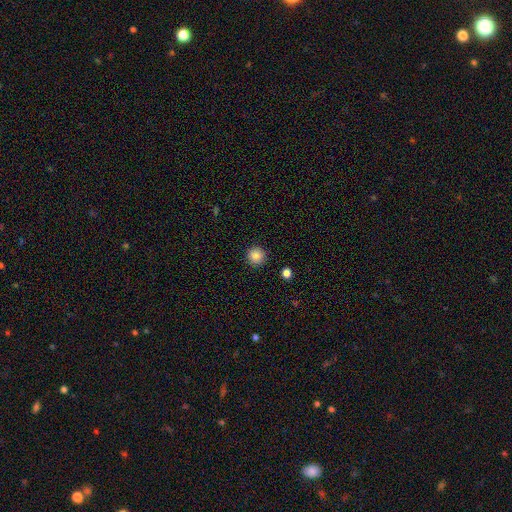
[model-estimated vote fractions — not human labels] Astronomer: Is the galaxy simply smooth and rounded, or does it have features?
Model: smooth — 85%.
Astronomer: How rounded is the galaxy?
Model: round — 96%.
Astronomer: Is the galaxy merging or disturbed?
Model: none — 93%.